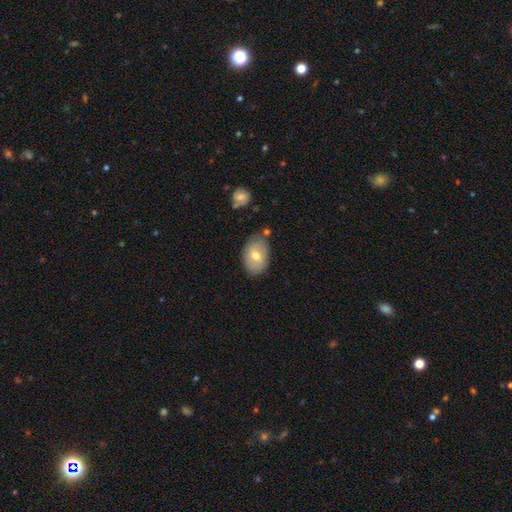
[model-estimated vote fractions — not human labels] A smooth galaxy with no disk features (69%) that is in between round and cigar-shaped (85%). Merging: none (74%).